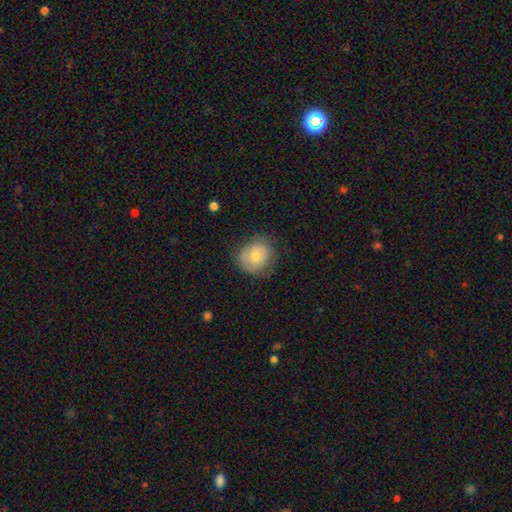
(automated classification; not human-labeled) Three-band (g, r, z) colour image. It shows a smooth galaxy with no disk features (71%) that is round (80%). Merging: none (71%).